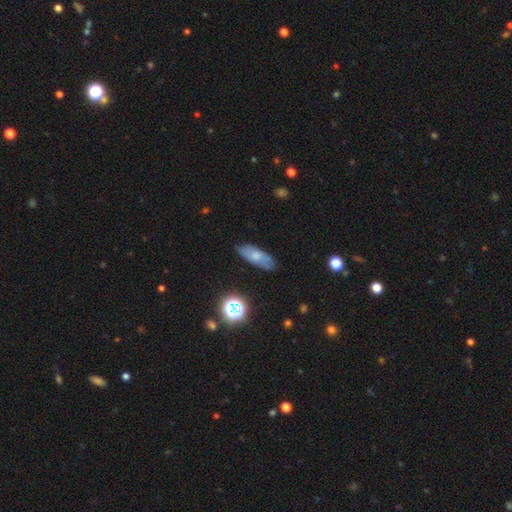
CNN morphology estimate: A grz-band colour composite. It shows a smooth galaxy with no disk features (65%) that is in between round and cigar-shaped (75%). Merging: none (78%).